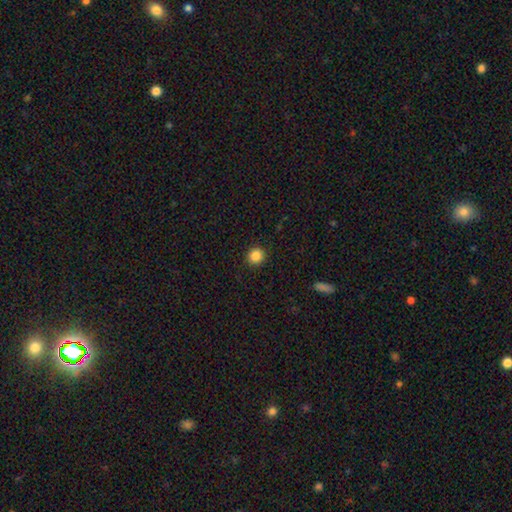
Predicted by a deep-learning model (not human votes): A smooth galaxy with no disk features (86%) that is round (92%). Merging: none (92%).